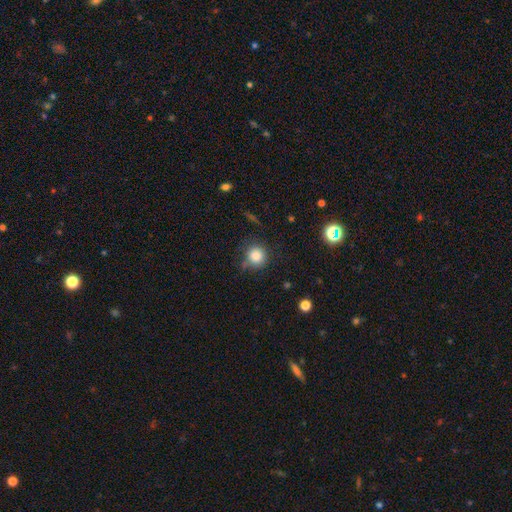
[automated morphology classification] This appears to be a smooth galaxy with no disk features (84%) that is round (91%). Merging: none (73%).